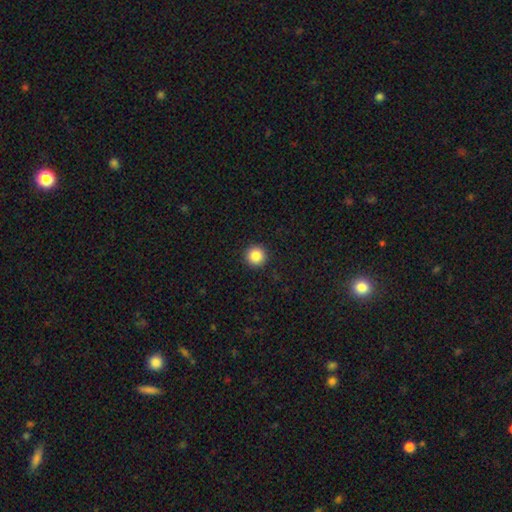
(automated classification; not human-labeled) Smooth or featured? Predicted: smooth (p=0.86). How rounded? Predicted: round (p=0.96). Merging? Predicted: none (p=0.93).